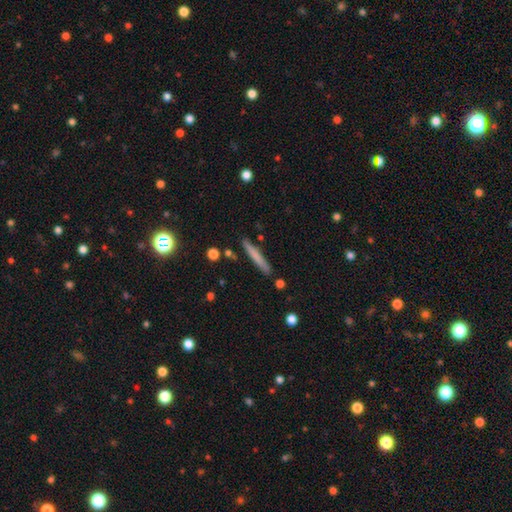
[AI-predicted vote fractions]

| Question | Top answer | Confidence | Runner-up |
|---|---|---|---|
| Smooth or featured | smooth | 68% | featured or disk (25%) |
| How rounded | cigar-shaped | 95% | in between (3%) |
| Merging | none | 87% | minor disturbance (8%) |